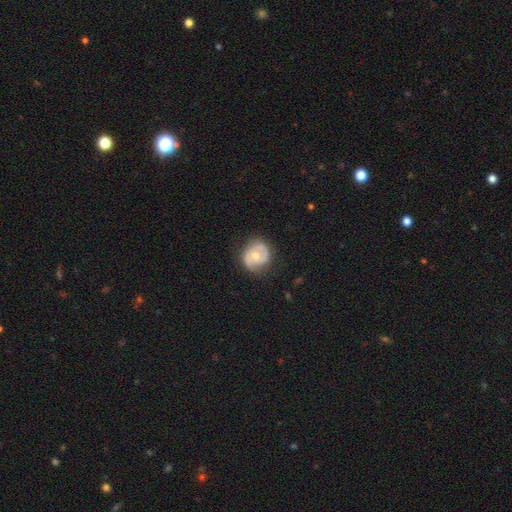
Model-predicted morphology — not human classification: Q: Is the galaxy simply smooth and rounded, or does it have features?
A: featured or disk — 61%.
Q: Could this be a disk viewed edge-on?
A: no — 97%.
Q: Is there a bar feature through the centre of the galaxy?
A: no — 62%.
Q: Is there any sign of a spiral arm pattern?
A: yes — 72%.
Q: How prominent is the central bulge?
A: moderate — 67%.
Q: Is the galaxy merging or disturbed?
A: none — 72%.